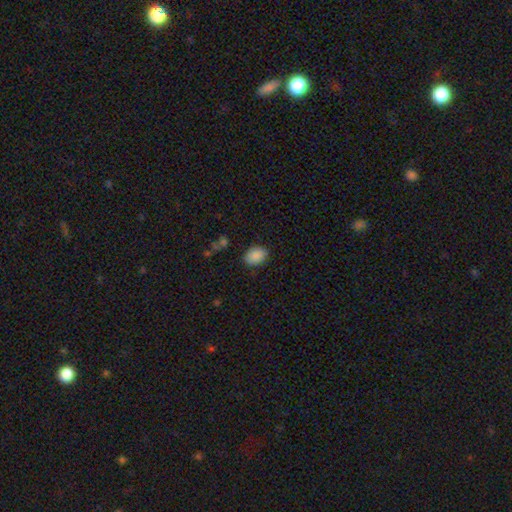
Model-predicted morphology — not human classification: smooth-or-featured: smooth: 88% | star or artifact: 8% | featured or disk: 5%
  how-rounded: in between: 78% | round: 21% | cigar-shaped: 1%
  merging: none: 84% | minor disturbance: 12% | major disturbance: 3% | merger: 1%